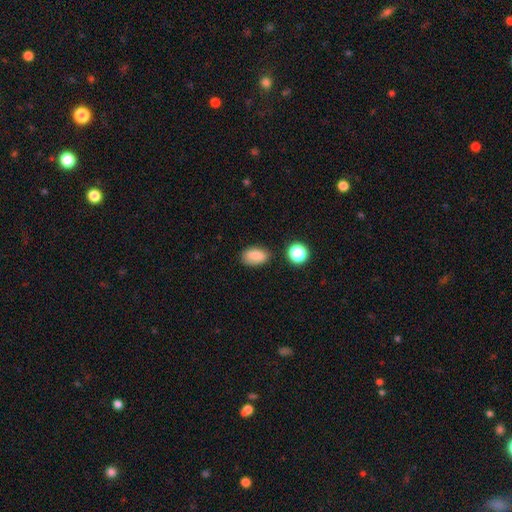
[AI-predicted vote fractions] Smooth or featured: smooth — 81% (star or artifact — 10%)
How rounded: in between — 88% (round — 10%)
Merging: none — 79% (minor disturbance — 14%)